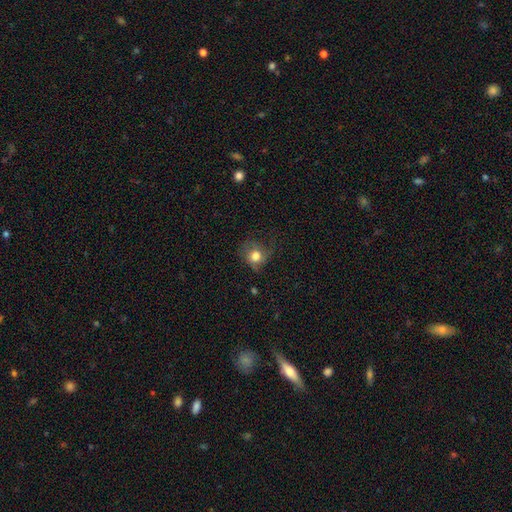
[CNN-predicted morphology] smooth 72%, featured or disk 17%, star or artifact 11%. Down the decision tree: how rounded — round (76%); merging — none (50%).